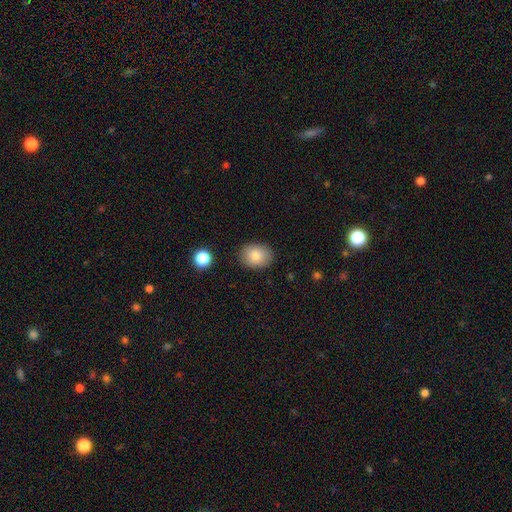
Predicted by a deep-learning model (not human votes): Smooth or featured? smooth (84%)
How rounded? in between (60%)
Merging? none (86%)